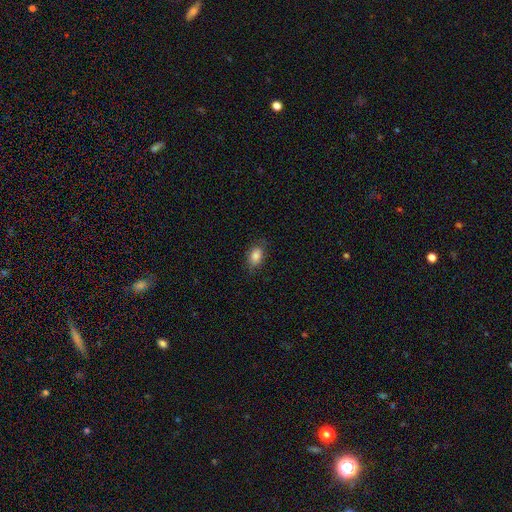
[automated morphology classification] type=smooth (84%); roundness=in between (84%); merging=none (78%).